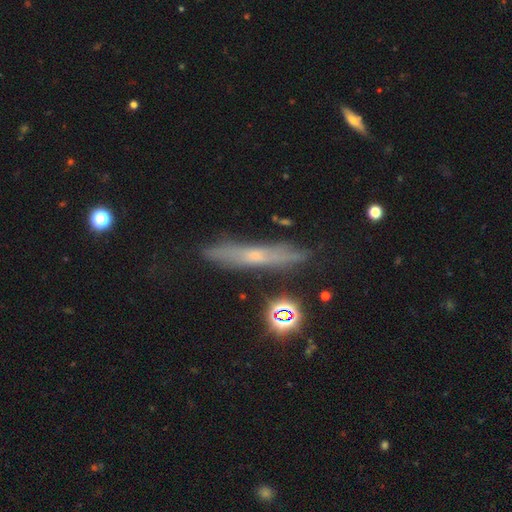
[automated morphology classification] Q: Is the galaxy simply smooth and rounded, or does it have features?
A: featured or disk — 50%.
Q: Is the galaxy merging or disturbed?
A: none — 79%.